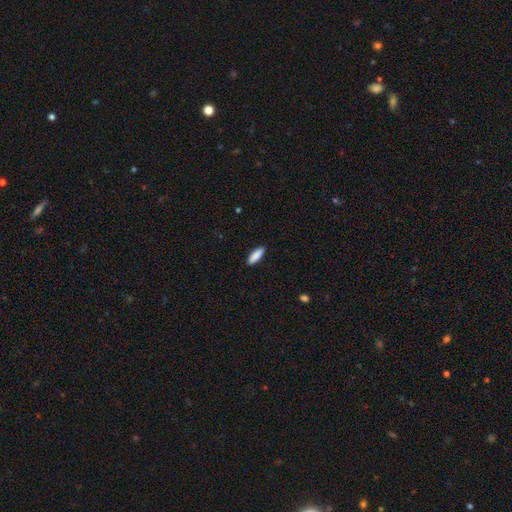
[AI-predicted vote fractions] smooth 88%, star or artifact 6%, featured or disk 6%. Down the decision tree: how rounded — in between (58%); merging — none (90%).